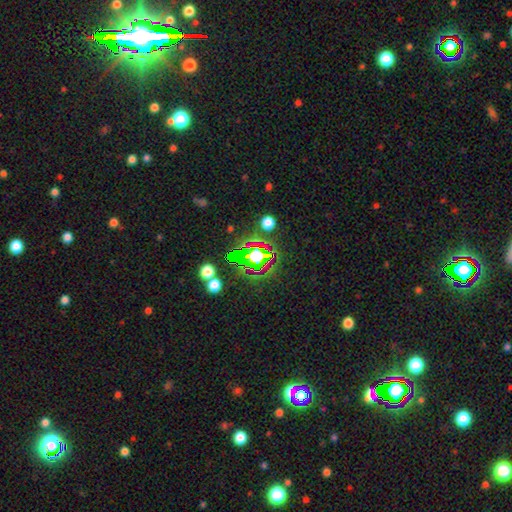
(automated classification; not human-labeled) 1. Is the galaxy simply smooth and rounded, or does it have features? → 61% star or artifact, 23% smooth, 16% featured or disk.